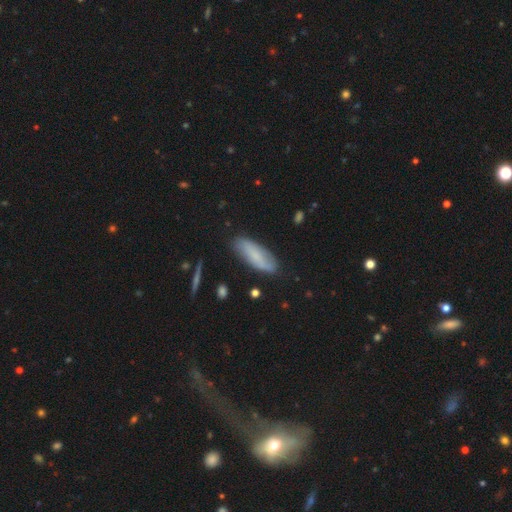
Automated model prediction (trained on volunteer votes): Smooth or featured: smooth — 65% (featured or disk — 27%)
How rounded: in between — 60% (cigar-shaped — 38%)
Merging: none — 80% (minor disturbance — 15%)